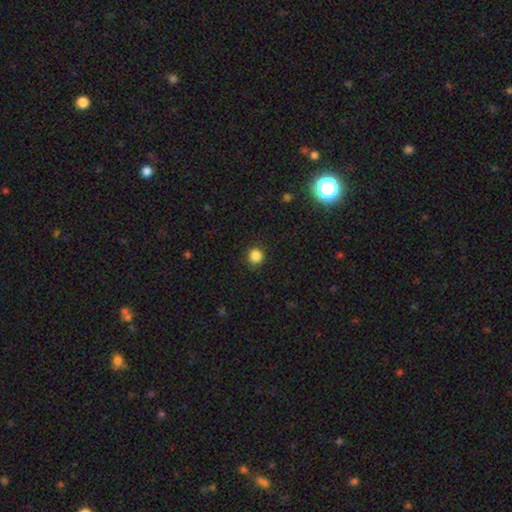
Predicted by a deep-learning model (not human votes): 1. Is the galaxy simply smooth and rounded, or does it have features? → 86% smooth, 11% star or artifact, 3% featured or disk.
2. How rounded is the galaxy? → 92% round, 8% in between, 1% cigar-shaped.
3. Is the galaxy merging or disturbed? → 90% none, 7% minor disturbance, 2% major disturbance, 1% merger.